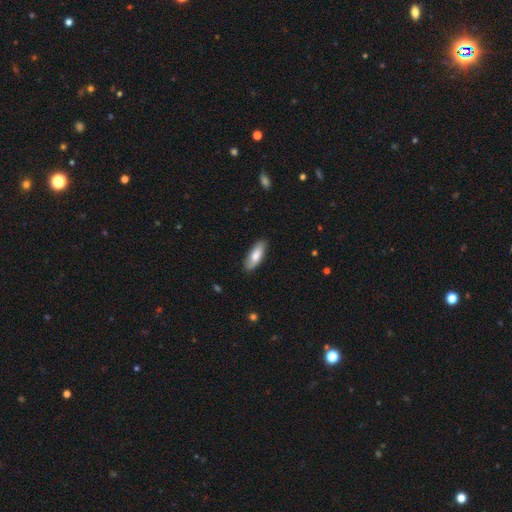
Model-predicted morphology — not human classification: The model was most divided on "how rounded": in between: 67%, cigar-shaped: 31%, round: 2%. More confident: merging — none (87%); smooth or featured — smooth (77%).